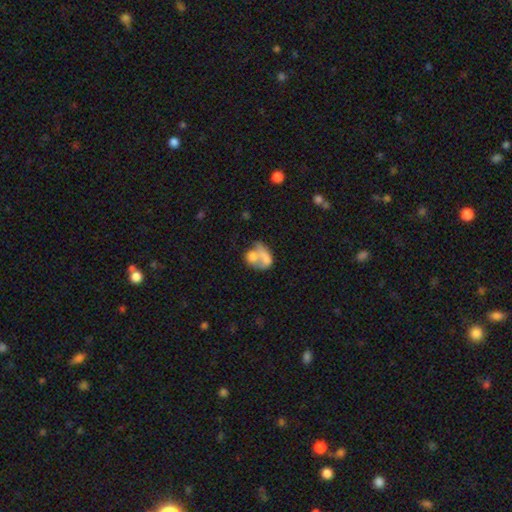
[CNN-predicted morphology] This is possibly a smooth galaxy (59%). How rounded: likely in between (61%). Merging: likely merger (61%).